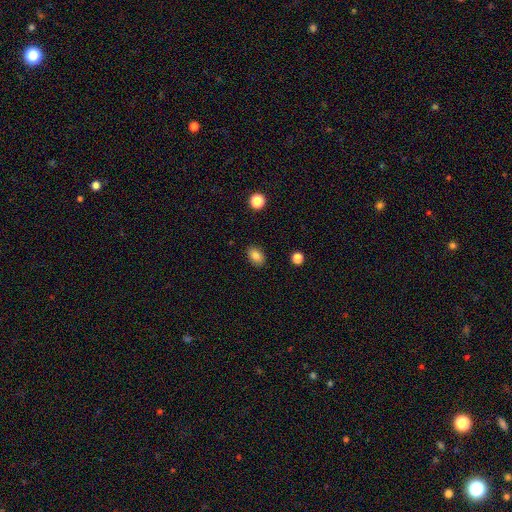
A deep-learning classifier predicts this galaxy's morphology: smooth-or-featured: smooth: 83% | star or artifact: 9% | featured or disk: 8%
  how-rounded: in between: 80% | round: 19% | cigar-shaped: 1%
  merging: none: 88% | minor disturbance: 9% | major disturbance: 2% | merger: 1%